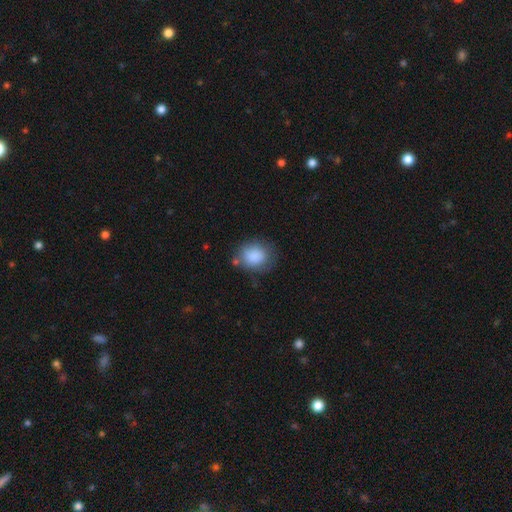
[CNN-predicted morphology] A smooth galaxy with no disk features (86%) that is round (62%).

Vote fractions:
- Smooth or featured? smooth: 86% / star or artifact: 7% / featured or disk: 7%
- How rounded? round: 62% / in between: 37% / cigar-shaped: 1%
- Merging? none: 66% / minor disturbance: 21% / major disturbance: 7% / merger: 5%